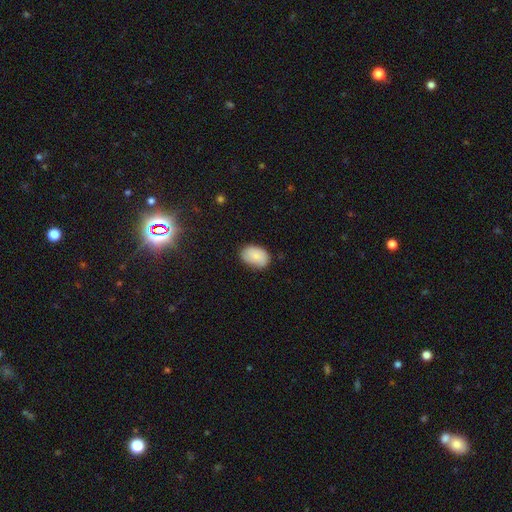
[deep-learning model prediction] Q: Smooth or featured?
A: smooth (84%); runner-up: featured or disk (8%)
Q: How rounded?
A: in between (86%); runner-up: round (13%)
Q: Merging?
A: none (76%); runner-up: minor disturbance (19%)